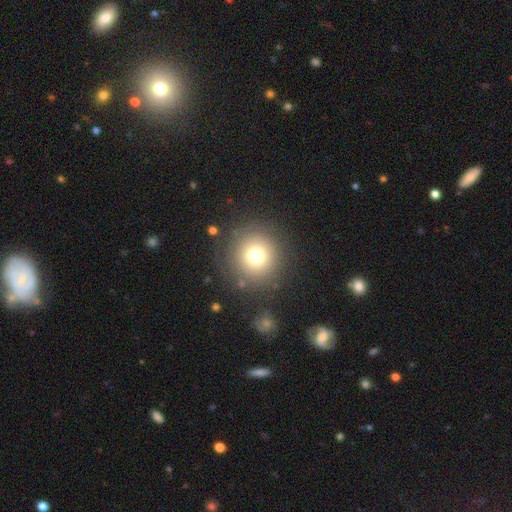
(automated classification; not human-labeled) A smooth galaxy with no disk features (75%) that is round (95%). Merging: none (84%).